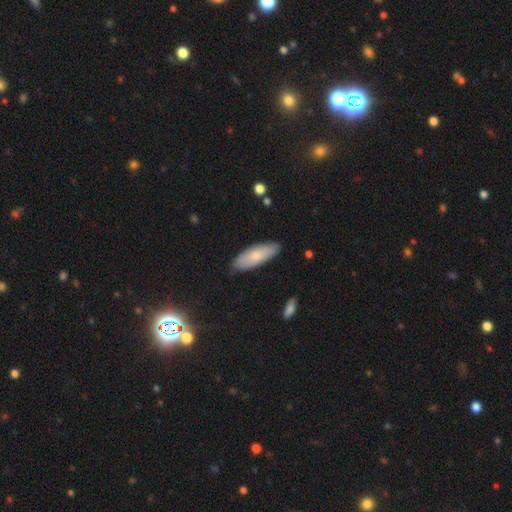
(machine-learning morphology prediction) smooth 74%, featured or disk 19%, star or artifact 6%. Down the decision tree: how rounded — in between (70%); merging — none (86%).